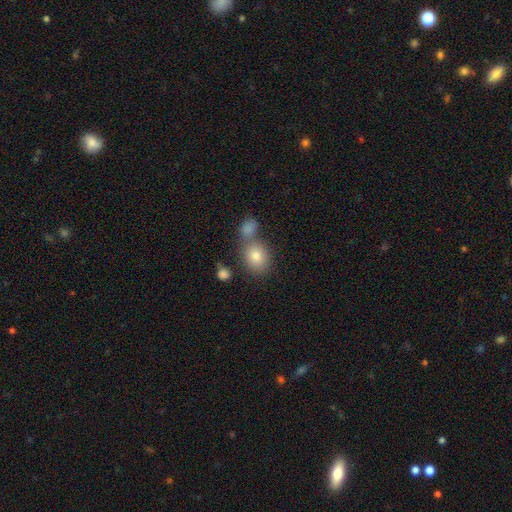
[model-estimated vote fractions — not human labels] Smooth or featured? smooth (80%)
How rounded? round (61%)
Merging? none (55%)